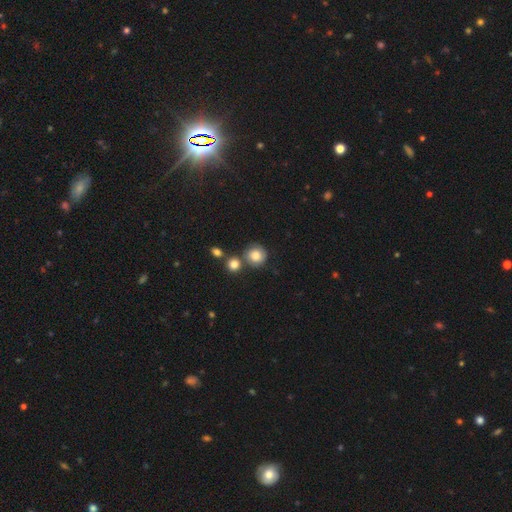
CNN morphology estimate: This appears to be a smooth galaxy with no disk features (76%) that is round (88%). Merging: none (64%).